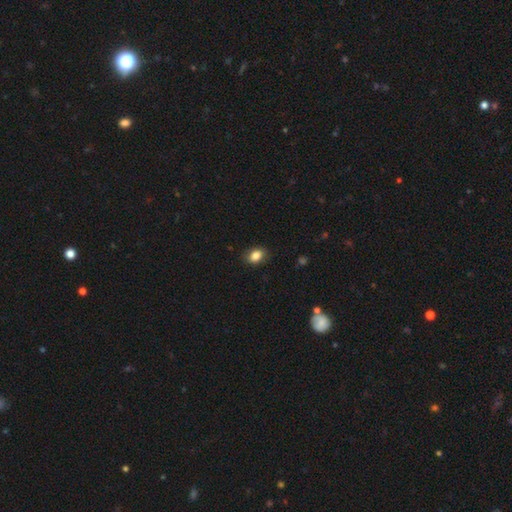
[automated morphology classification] type=smooth (85%); roundness=in between (75%); merging=none (84%).